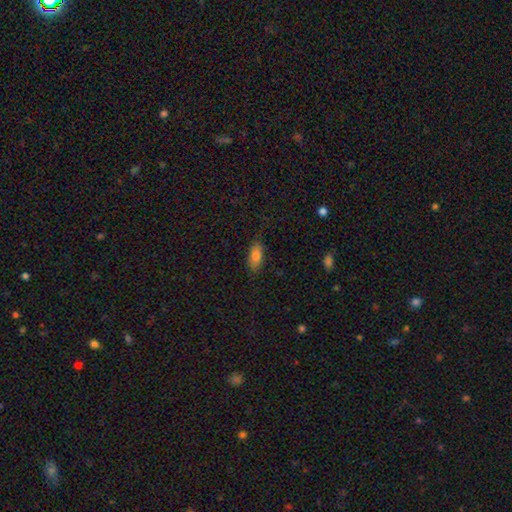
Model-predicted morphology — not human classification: This appears to be a smooth galaxy with no disk features (83%) that is in between round and cigar-shaped (86%). Merging: none (83%).